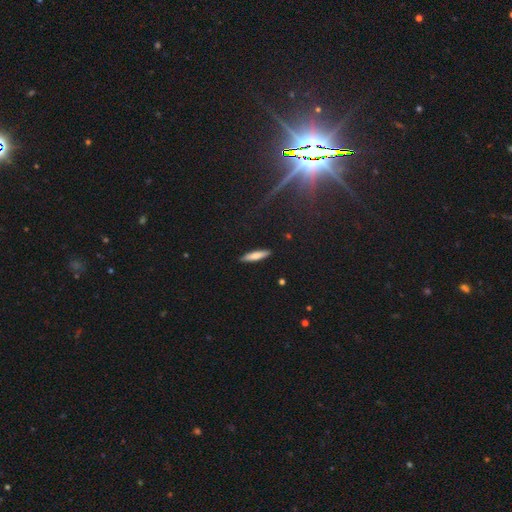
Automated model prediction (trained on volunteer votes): This appears to be a smooth galaxy with no disk features (75%) that is cigar-shaped (81%). Merging: none (90%).